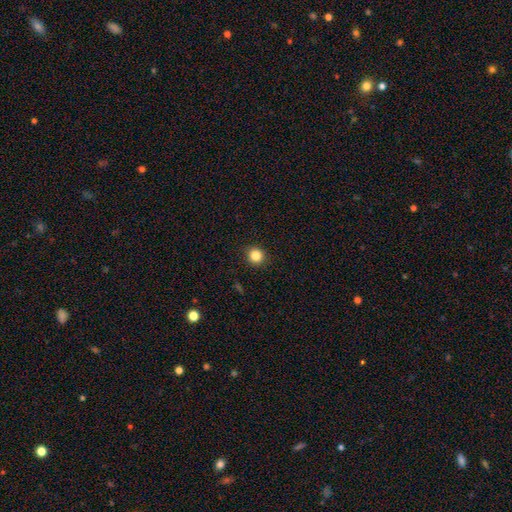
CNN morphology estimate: This is clearly a smooth galaxy (84%). How rounded: clearly round (91%). Merging: clearly none (92%).